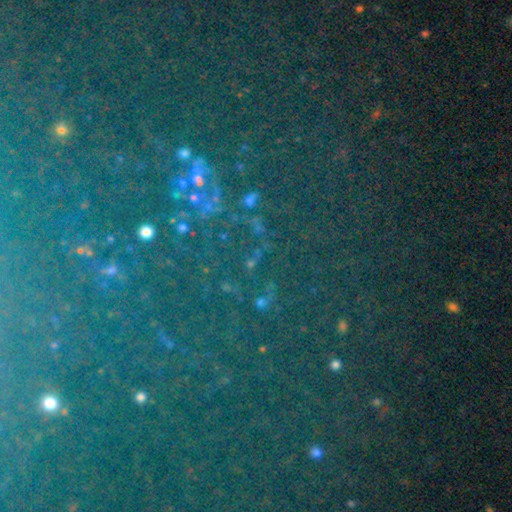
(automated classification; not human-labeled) Q: Smooth or featured?
A: star or artifact (81%); runner-up: smooth (11%)